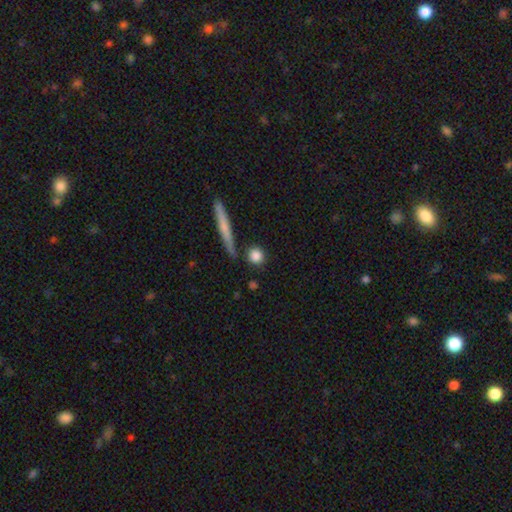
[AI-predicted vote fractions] Smooth or featured? smooth (84%)
How rounded? round (85%)
Merging? none (82%)